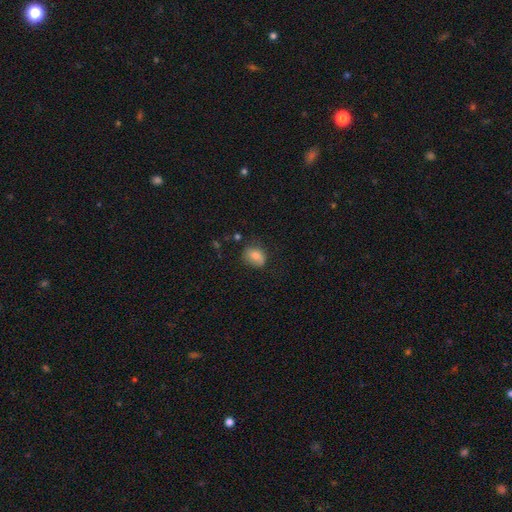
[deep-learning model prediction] Smooth or featured: smooth — 81% (featured or disk — 11%)
How rounded: in between — 65% (round — 34%)
Merging: none — 64% (minor disturbance — 27%)